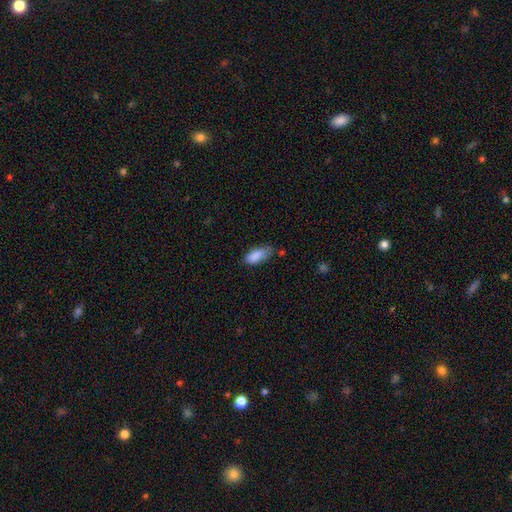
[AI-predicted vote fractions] smooth 87%, star or artifact 8%, featured or disk 6%. Down the decision tree: how rounded — in between (84%); merging — none (52%).